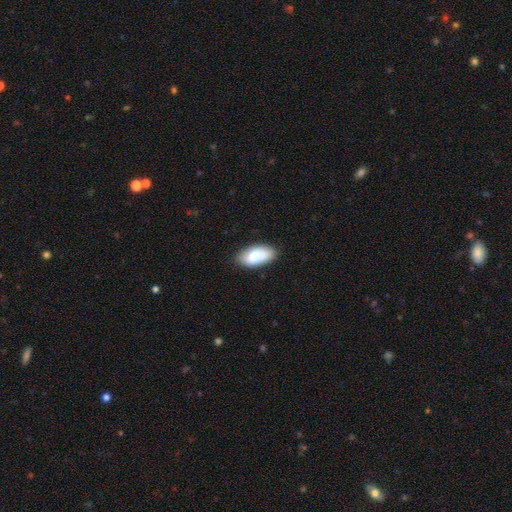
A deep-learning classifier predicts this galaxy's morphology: Smooth or featured? Predicted: smooth (p=0.74). How rounded? Predicted: in between (p=0.93). Merging? Predicted: none (p=0.78).